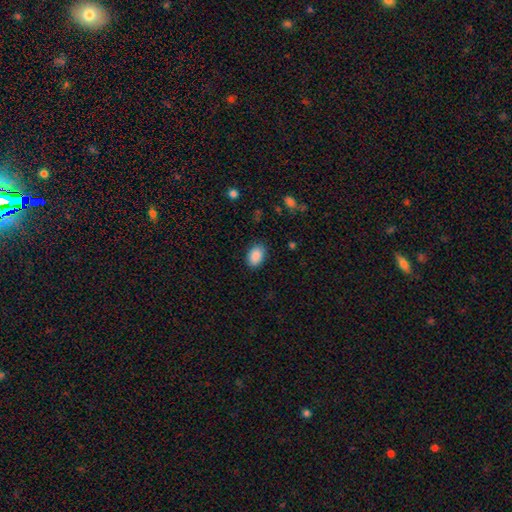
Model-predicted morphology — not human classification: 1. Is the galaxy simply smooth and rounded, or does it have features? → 90% smooth, 7% star or artifact, 3% featured or disk.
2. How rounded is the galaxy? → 86% in between, 13% round, 1% cigar-shaped.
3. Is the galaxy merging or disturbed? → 87% none, 10% minor disturbance, 3% major disturbance, 1% merger.